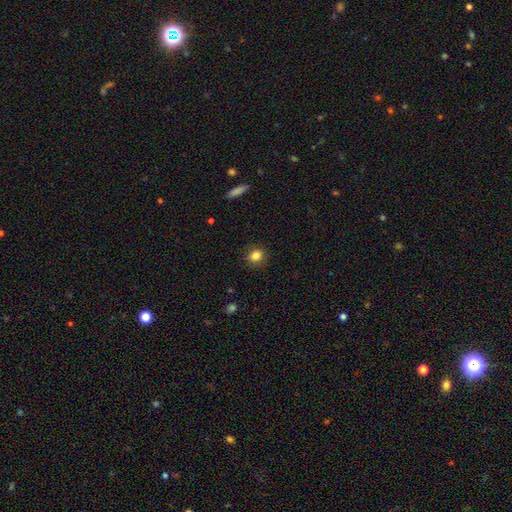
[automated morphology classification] A smooth galaxy with no disk features (84%) that is round (74%).

Vote fractions:
- Smooth or featured? smooth: 84% / star or artifact: 11% / featured or disk: 5%
- How rounded? round: 74% / in between: 24% / cigar-shaped: 1%
- Merging? none: 89% / minor disturbance: 8% / major disturbance: 2% / merger: 1%